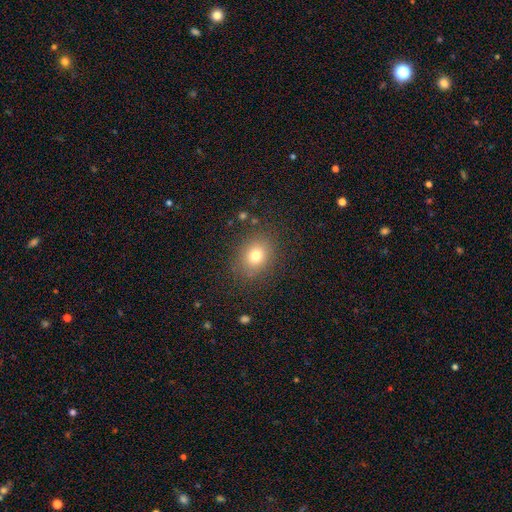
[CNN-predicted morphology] smooth_or_featured: smooth (p=0.77) [alt: star or artifact p=0.13]
how_rounded: round (p=0.57) [alt: in between p=0.42]
merging: none (p=0.85) [alt: minor disturbance p=0.10]